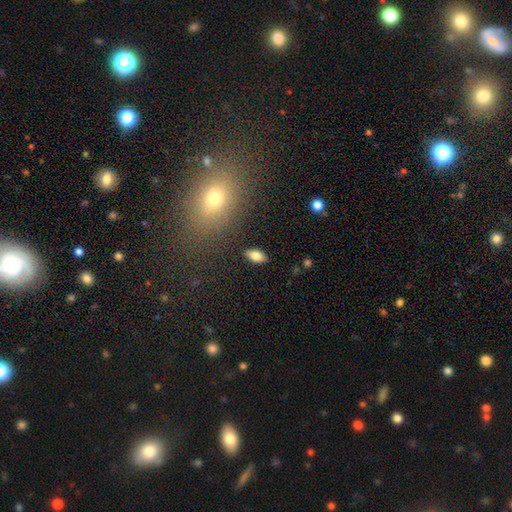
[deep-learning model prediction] A smooth galaxy with no disk features (81%) that is in between round and cigar-shaped (90%).

Vote fractions:
- Smooth or featured? smooth: 81% / featured or disk: 11% / star or artifact: 8%
- How rounded? in between: 90% / cigar-shaped: 7% / round: 3%
- Merging? none: 88% / minor disturbance: 8% / major disturbance: 2% / merger: 1%